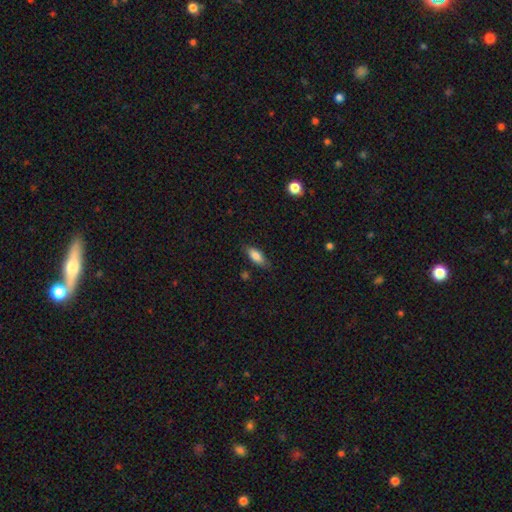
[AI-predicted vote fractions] Smooth or featured?
  - smooth: 83% *
  - featured or disk: 10%
  - star or artifact: 7%
How rounded?
  - in between: 80% *
  - cigar-shaped: 17%
  - round: 2%
Merging?
  - none: 78% *
  - minor disturbance: 17%
  - major disturbance: 4%
  - merger: 2%